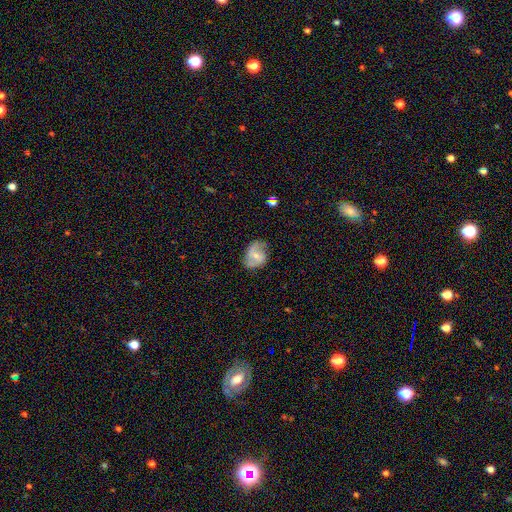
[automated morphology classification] smooth-or-featured: featured or disk: 66% | smooth: 27% | star or artifact: 7%
  disk-edge-on: no: 97% | yes: 3%
    bar: weak: 47% | no: 35% | strong: 18%
    has-spiral-arms: yes: 88% | no: 12%
      spiral-winding: loose: 44% | medium: 40% | tight: 16%
      spiral-arm-count: 2: 84% | can't tell: 8% | 1: 4% | 3: 2% | 4: 1% | more than 4: 1%
    bulge-size: small: 55% | moderate: 37% | none: 5% | large: 2% | dominant: 1%
  merging: none: 65% | minor disturbance: 25% | major disturbance: 9% | merger: 2%